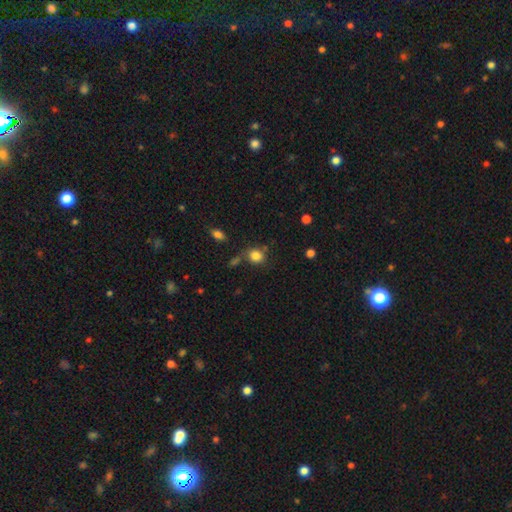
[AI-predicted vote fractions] This appears to be a smooth galaxy with no disk features (83%) that is round (66%). Merging: none (65%).